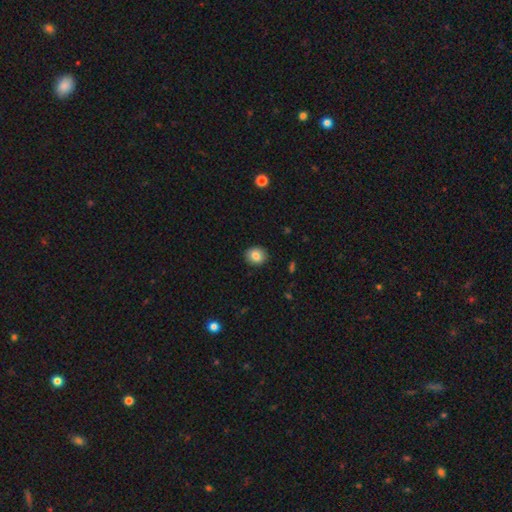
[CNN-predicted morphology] smooth_or_featured: smooth (p=0.84) [alt: star or artifact p=0.09]
how_rounded: round (p=0.67) [alt: in between p=0.32]
merging: none (p=0.91) [alt: minor disturbance p=0.07]